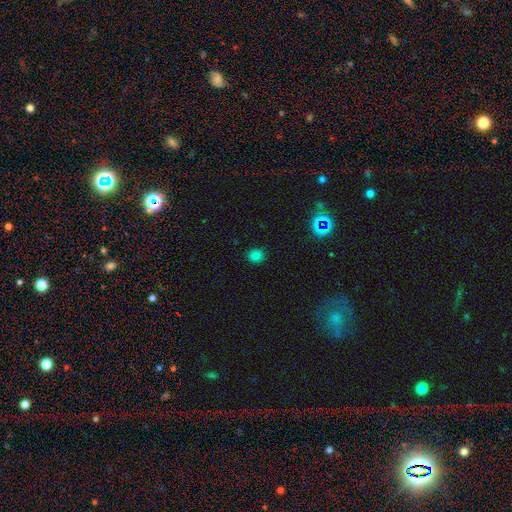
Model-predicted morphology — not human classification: smooth 79%, star or artifact 17%, featured or disk 4%. Down the decision tree: how rounded — round (74%); merging — none (87%).